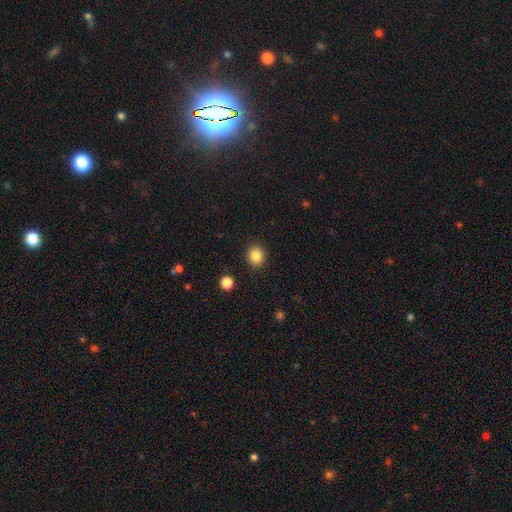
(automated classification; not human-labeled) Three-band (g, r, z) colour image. It shows a smooth galaxy with no disk features (85%) that is round (77%). Merging: none (91%).